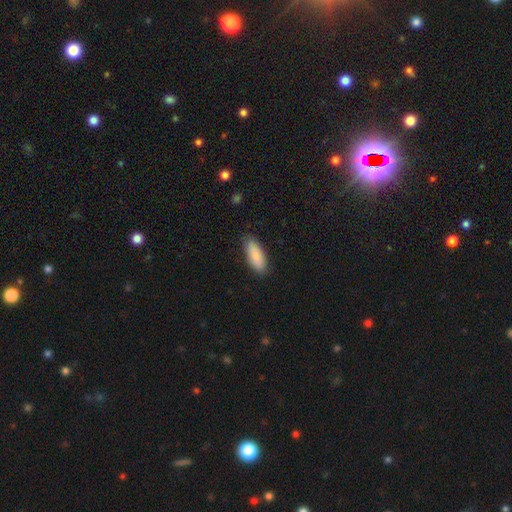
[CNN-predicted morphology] The model was most divided on "how rounded": in between: 75%, cigar-shaped: 24%, round: 2%. More confident: smooth or featured — smooth (86%); merging — none (83%).